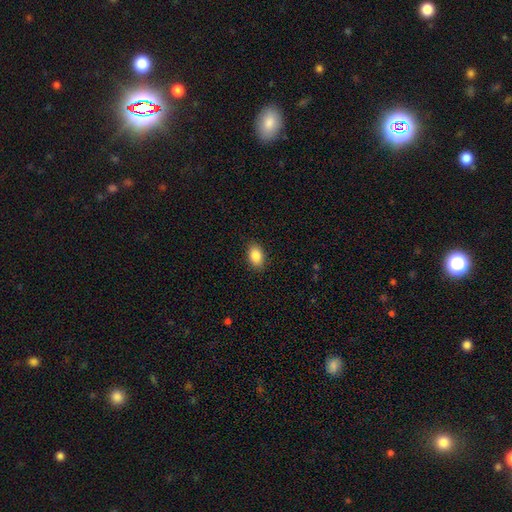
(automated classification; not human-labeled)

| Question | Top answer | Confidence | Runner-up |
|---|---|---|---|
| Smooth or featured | smooth | 87% | star or artifact (8%) |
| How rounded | in between | 85% | round (14%) |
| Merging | none | 89% | minor disturbance (8%) |